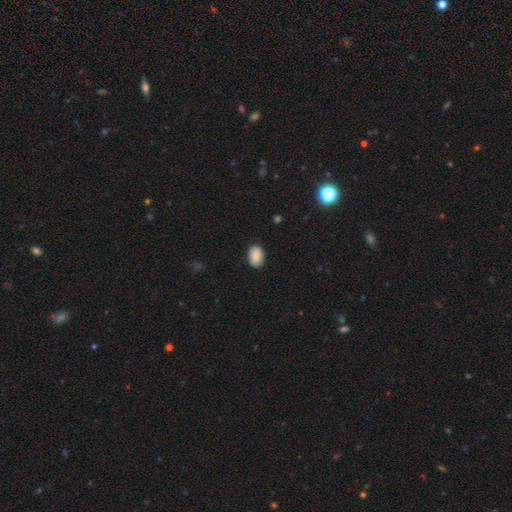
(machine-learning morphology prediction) type=smooth (88%); roundness=in between (87%); merging=none (86%).